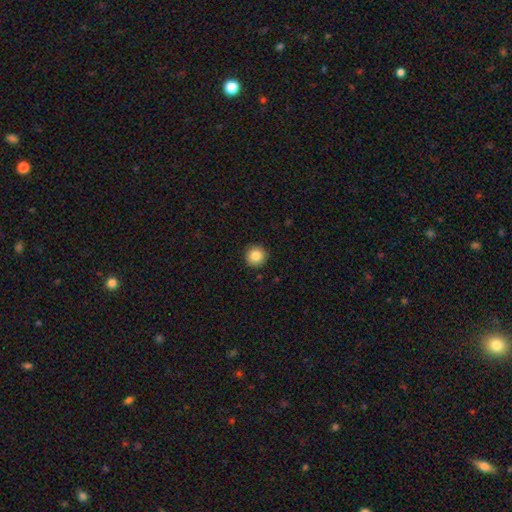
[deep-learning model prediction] This appears to be a smooth galaxy with no disk features (86%) that is round (95%). Merging: none (92%).